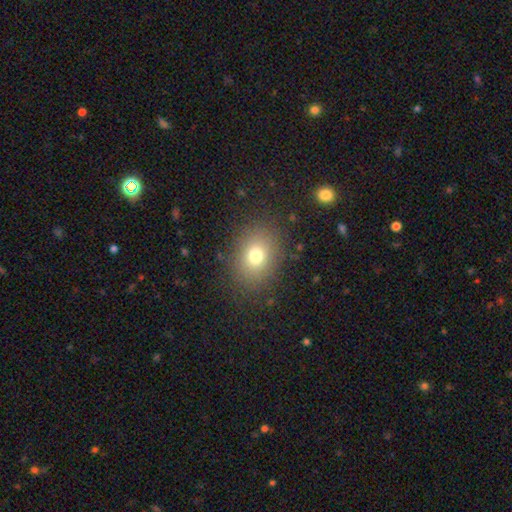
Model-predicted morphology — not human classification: A smooth galaxy with no disk features (73%) that is in between round and cigar-shaped (53%). Merging: none (84%).